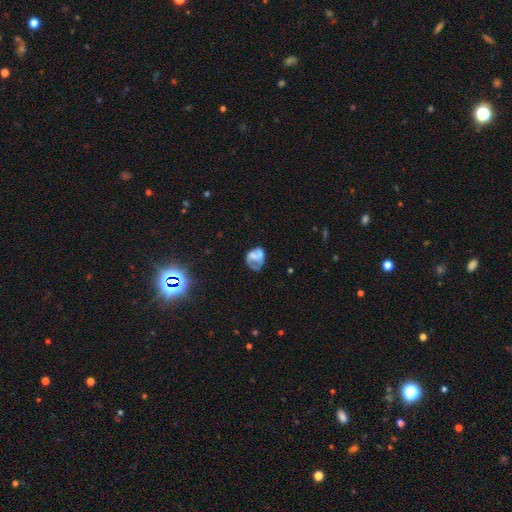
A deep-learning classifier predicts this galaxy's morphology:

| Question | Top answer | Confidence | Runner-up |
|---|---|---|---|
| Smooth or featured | featured or disk | 47% | smooth (42%) |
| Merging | major disturbance | 34% | none (32%) |